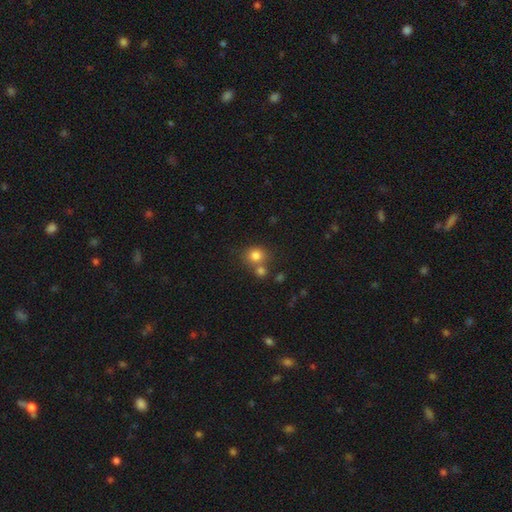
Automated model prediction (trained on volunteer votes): smooth_or_featured: smooth (p=0.81) [alt: star or artifact p=0.12]
how_rounded: round (p=0.80) [alt: in between p=0.19]
merging: none (p=0.56) [alt: merger p=0.31]